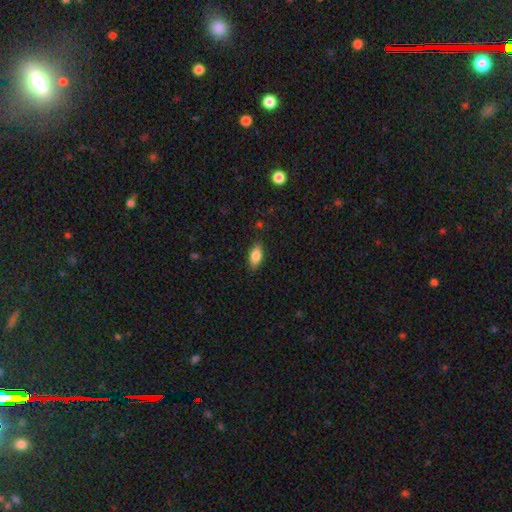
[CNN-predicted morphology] The model was most divided on "merging": none: 85%, minor disturbance: 12%, major disturbance: 2%, merger: 1%. More confident: how rounded — in between (89%); smooth or featured — smooth (83%).